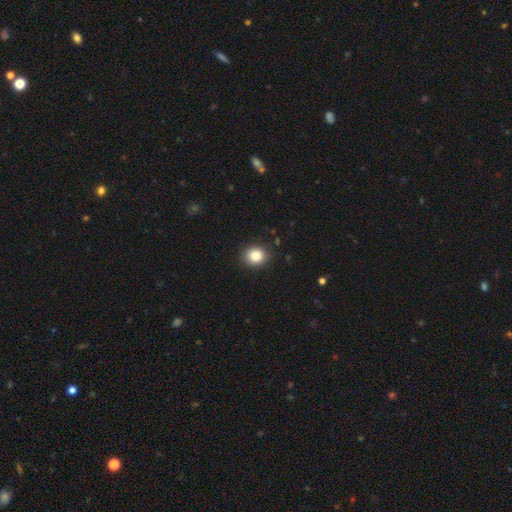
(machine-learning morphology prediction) A smooth galaxy with no disk features (83%) that is round (80%). Merging: none (90%).